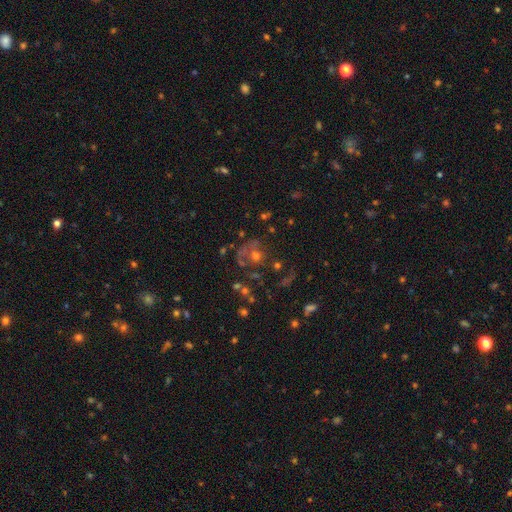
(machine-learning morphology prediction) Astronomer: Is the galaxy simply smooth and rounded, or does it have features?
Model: smooth — 40% (runner-up: featured or disk, 35%).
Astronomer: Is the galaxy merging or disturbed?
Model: none — 45% (runner-up: major disturbance, 25%).